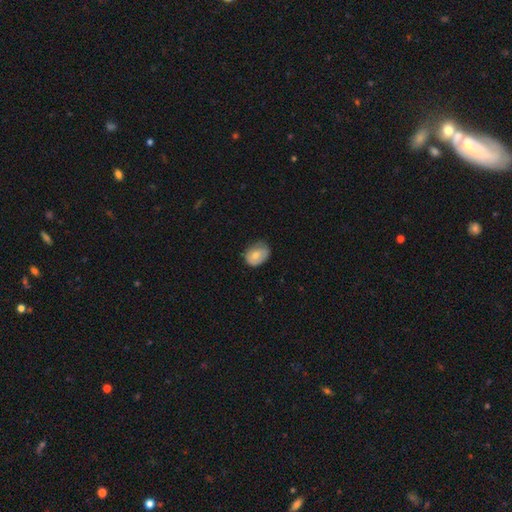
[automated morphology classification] Smooth or featured? Predicted: smooth (p=0.69). How rounded? Predicted: in between (p=0.69). Merging? Predicted: none (p=0.57).